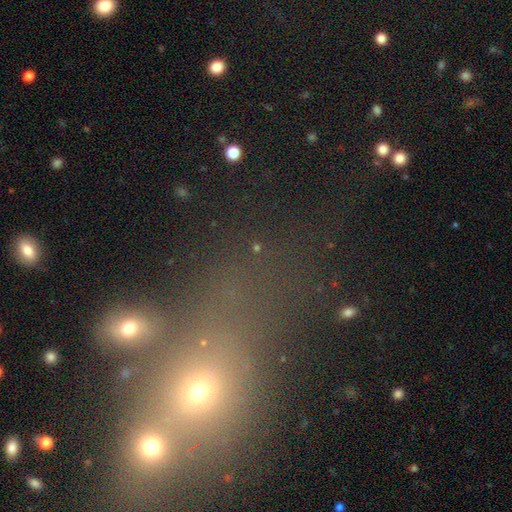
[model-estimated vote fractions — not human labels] Q: Smooth or featured?
A: star or artifact (46%); runner-up: smooth (39%)